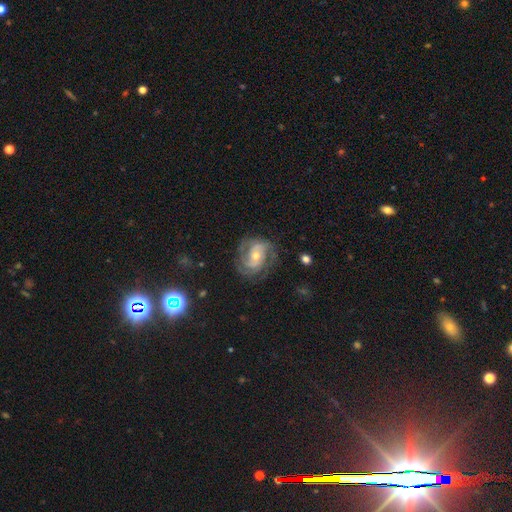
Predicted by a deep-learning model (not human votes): Smooth or featured: featured or disk — 84% (smooth — 10%)
Edge-on disk: no — 97% (yes — 3%)
Bar: no — 59% (weak — 31%)
Spiral arms: yes — 95% (no — 5%)
Spiral winding: tight — 50% (medium — 39%)
Spiral arm count: 2 — 36% (3 — 28%)
Bulge size: moderate — 58% (small — 37%)
Merging: none — 70% (minor disturbance — 19%)